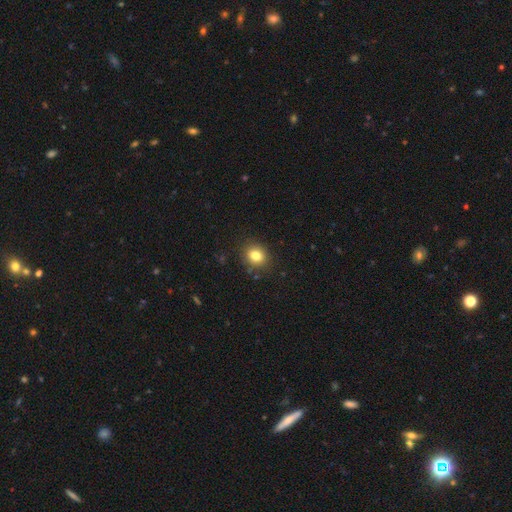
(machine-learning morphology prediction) Smooth or featured? Predicted: smooth (p=0.81). How rounded? Predicted: round (p=0.65). Merging? Predicted: none (p=0.86).